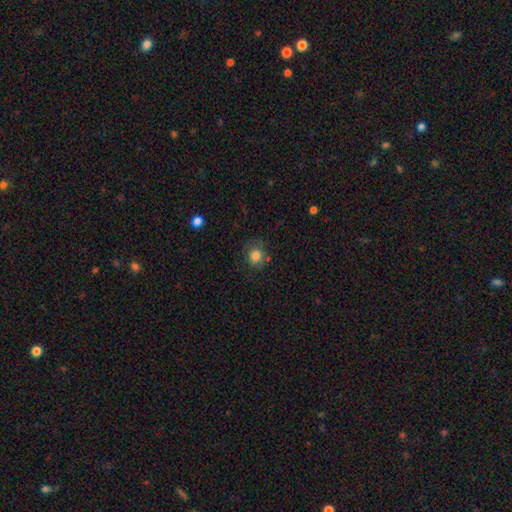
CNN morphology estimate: This appears to be a smooth galaxy with no disk features (81%) that is round (83%). Merging: none (73%).